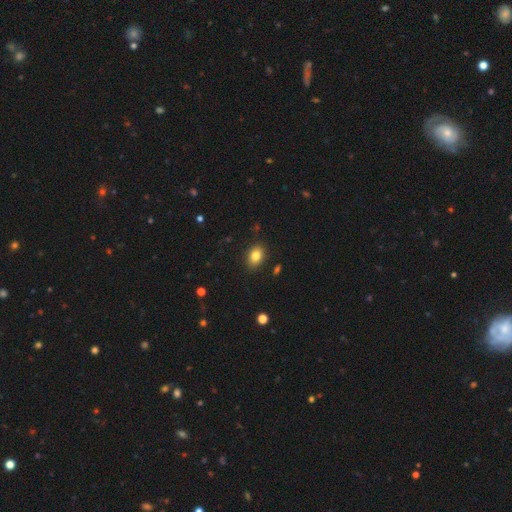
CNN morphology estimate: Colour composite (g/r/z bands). It shows a smooth galaxy with no disk features (82%) that is in between round and cigar-shaped (72%). Merging: none (88%).